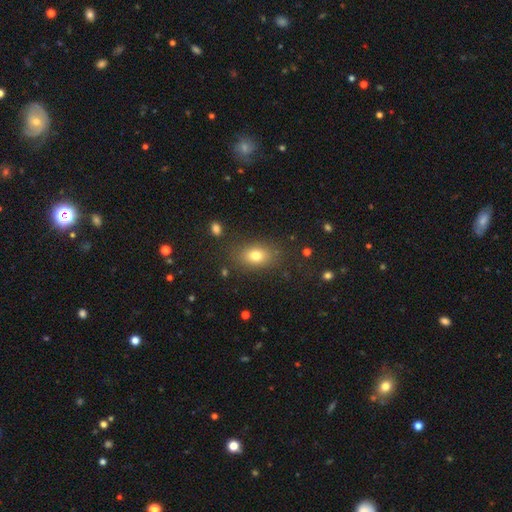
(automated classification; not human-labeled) This appears to be a smooth galaxy with no disk features (77%) that is in between round and cigar-shaped (76%). Merging: none (82%).